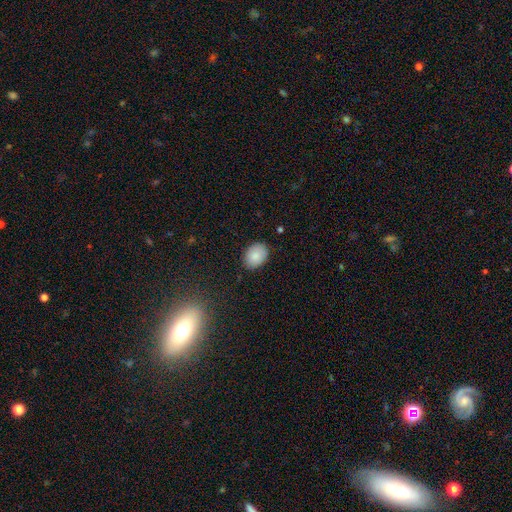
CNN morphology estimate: smooth-or-featured: smooth: 87% | star or artifact: 7% | featured or disk: 6%
  how-rounded: in between: 71% | round: 28% | cigar-shaped: 1%
  merging: none: 86% | minor disturbance: 10% | major disturbance: 2% | merger: 1%